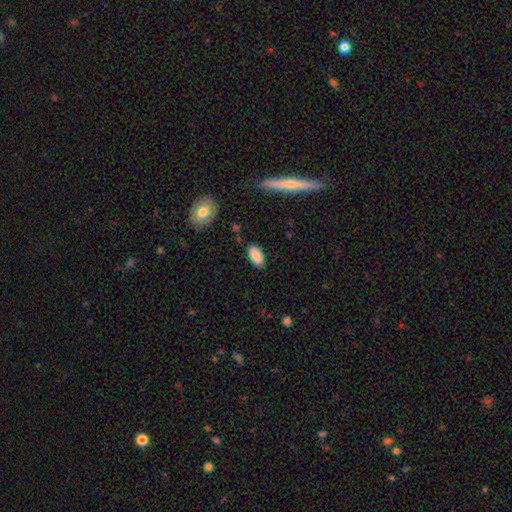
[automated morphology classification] This appears to be a smooth galaxy with no disk features (87%) that is in between round and cigar-shaped (92%). Merging: none (85%).